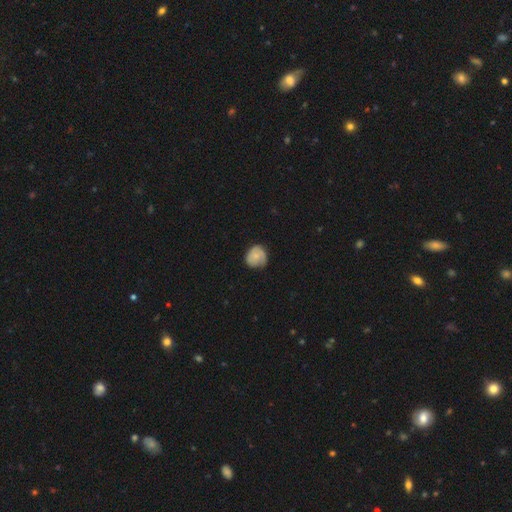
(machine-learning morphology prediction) A smooth galaxy with no disk features (60%) that is round (77%). Merging: none (59%).